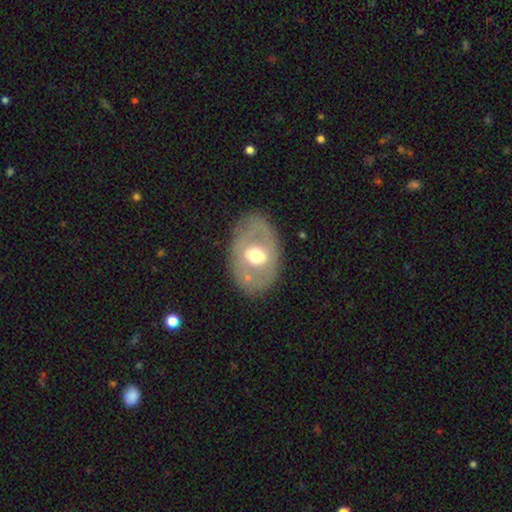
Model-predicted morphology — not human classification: This is possibly a featured or disk galaxy (53%). It is clearly not viewed edge-on (90%). Merging: likely none (77%).